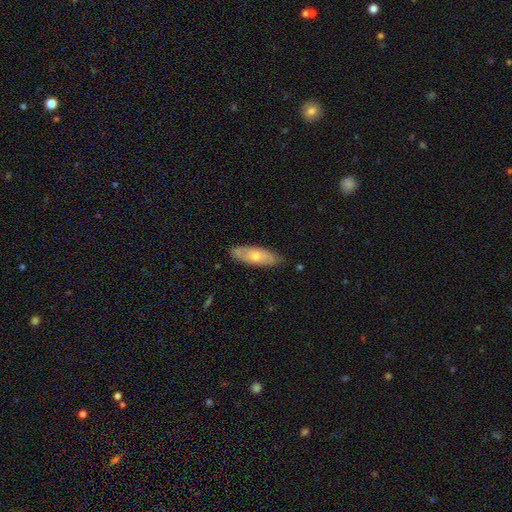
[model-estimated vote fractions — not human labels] Smooth or featured? Predicted: smooth (p=0.54). How rounded? Predicted: in between (p=0.55). Merging? Predicted: none (p=0.82).